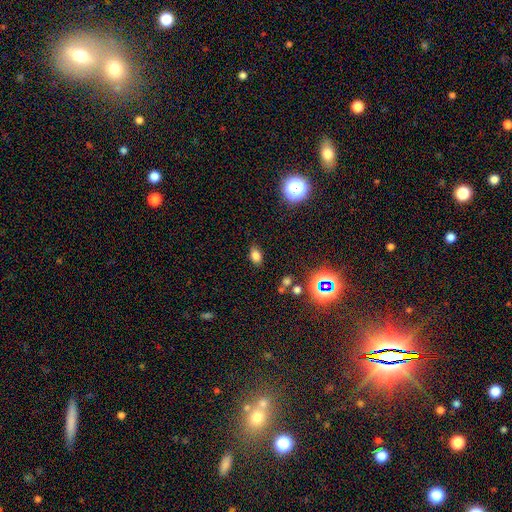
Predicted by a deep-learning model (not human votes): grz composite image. It shows a smooth galaxy with no disk features (77%) that is in between round and cigar-shaped (85%). Merging: none (82%).